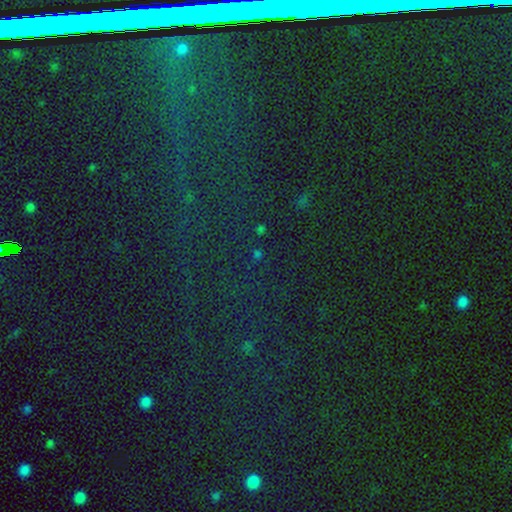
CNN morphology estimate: A star or artifact, not a galaxy (73%).

Vote fractions:
- Smooth or featured? star or artifact: 73% / smooth: 19% / featured or disk: 8%